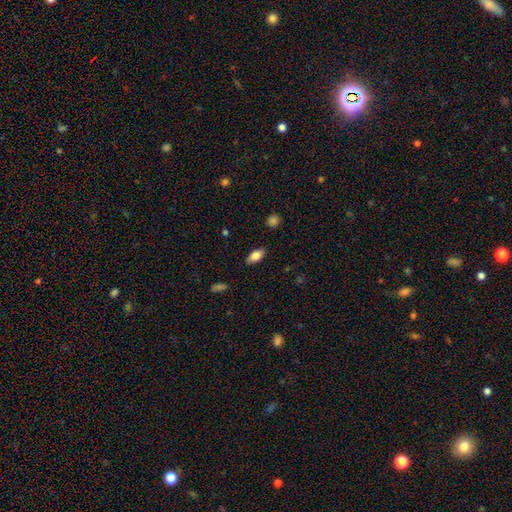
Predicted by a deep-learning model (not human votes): smooth_or_featured: smooth (p=0.81) [alt: featured or disk p=0.11]
how_rounded: in between (p=0.88) [alt: cigar-shaped p=0.09]
merging: none (p=0.86) [alt: minor disturbance p=0.10]